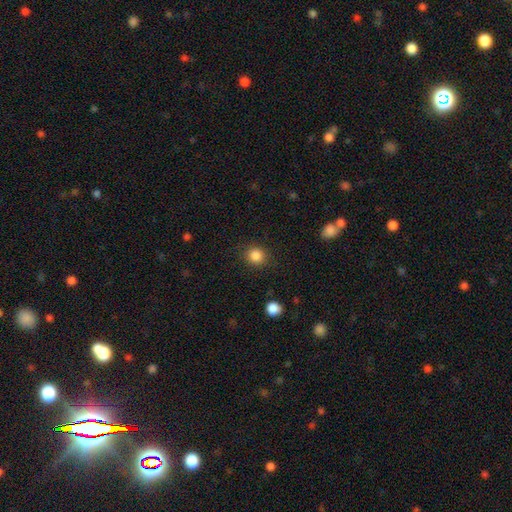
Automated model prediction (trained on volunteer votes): This appears to be a smooth galaxy with no disk features (86%) that is round (88%). Merging: none (88%).